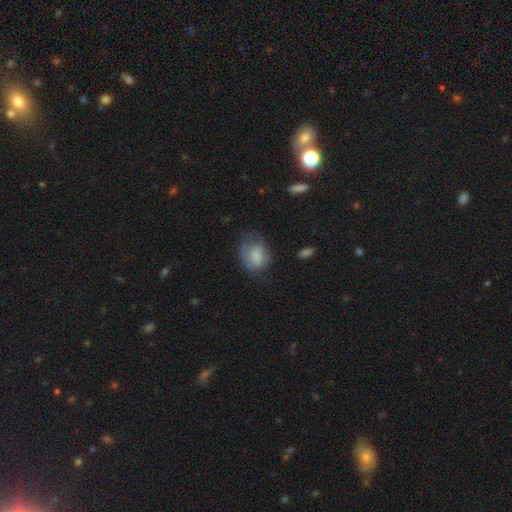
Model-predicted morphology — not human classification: Q: Smooth or featured?
A: smooth (75%); runner-up: featured or disk (16%)
Q: How rounded?
A: in between (63%); runner-up: round (36%)
Q: Merging?
A: none (47%); runner-up: minor disturbance (31%)